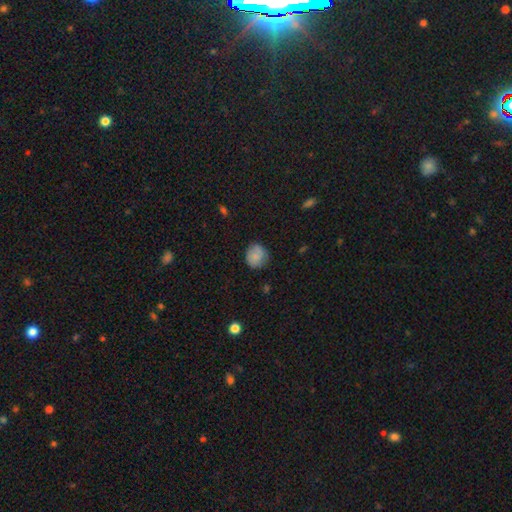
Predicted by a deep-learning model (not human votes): Q: Smooth or featured?
A: smooth (81%); runner-up: featured or disk (10%)
Q: How rounded?
A: round (79%); runner-up: in between (20%)
Q: Merging?
A: none (74%); runner-up: minor disturbance (21%)